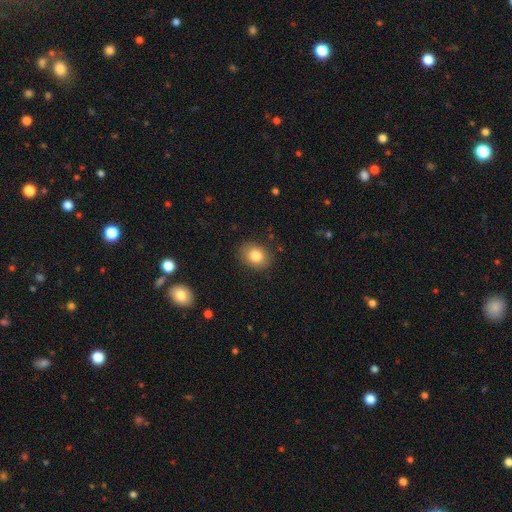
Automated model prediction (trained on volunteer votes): Smooth or featured: smooth — 82% (star or artifact — 9%)
How rounded: in between — 52% (round — 47%)
Merging: none — 85% (minor disturbance — 11%)